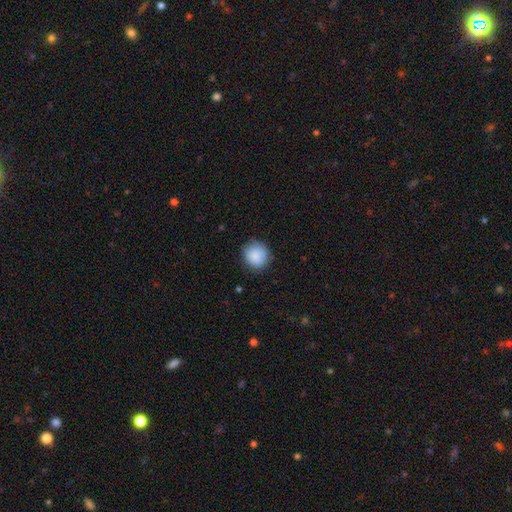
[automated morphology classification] Q: Smooth or featured?
A: smooth (87%); runner-up: star or artifact (7%)
Q: How rounded?
A: round (87%); runner-up: in between (12%)
Q: Merging?
A: none (81%); runner-up: minor disturbance (15%)